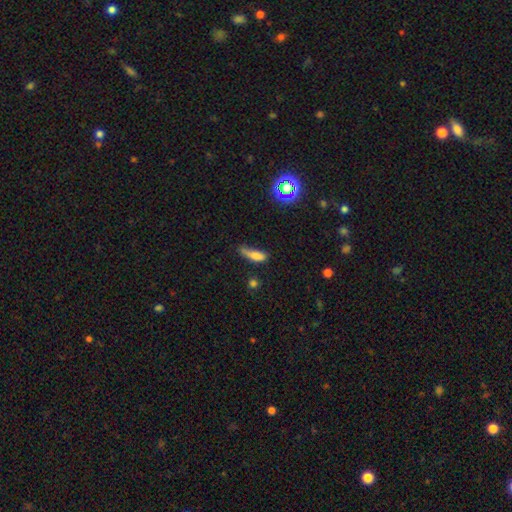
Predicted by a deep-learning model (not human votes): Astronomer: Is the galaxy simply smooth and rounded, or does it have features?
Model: smooth — 72%.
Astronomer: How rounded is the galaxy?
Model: cigar-shaped — 51% (runner-up: in between, 45%).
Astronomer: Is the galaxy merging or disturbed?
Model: minor disturbance — 37% (runner-up: none, 33%).